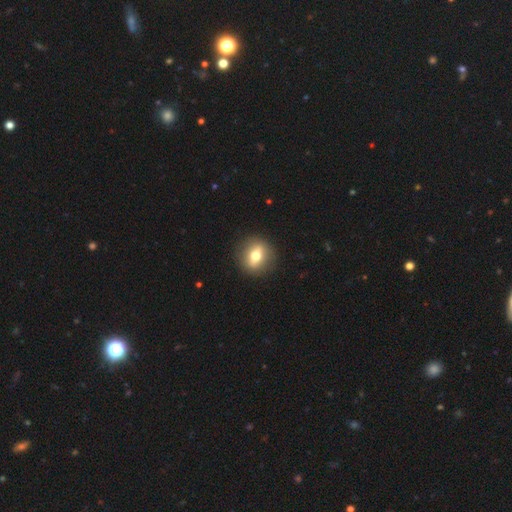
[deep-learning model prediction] smooth 54%, featured or disk 37%, star or artifact 9%. Down the decision tree: how rounded — round (71%); merging — none (90%).